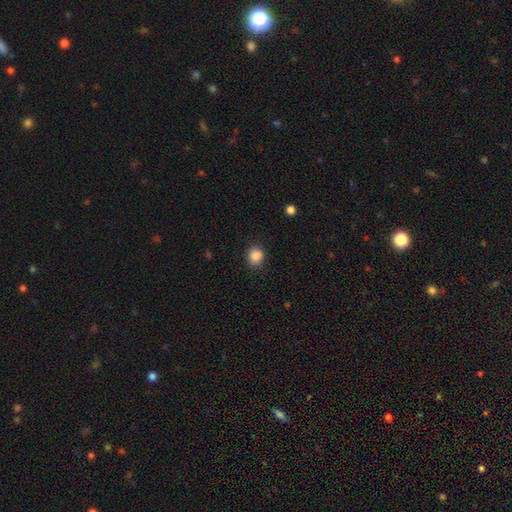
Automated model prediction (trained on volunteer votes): Overall: smooth (87%). How rounded: round (66%; in between 33%). Merging: none (84%).